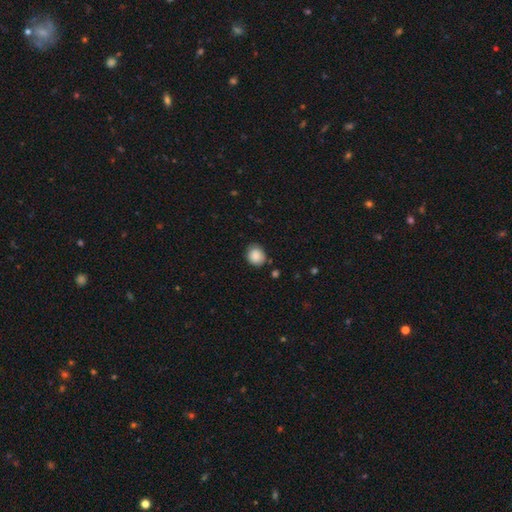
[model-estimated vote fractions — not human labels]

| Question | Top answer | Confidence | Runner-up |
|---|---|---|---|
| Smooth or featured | smooth | 87% | star or artifact (8%) |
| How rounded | round | 76% | in between (23%) |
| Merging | none | 78% | minor disturbance (17%) |